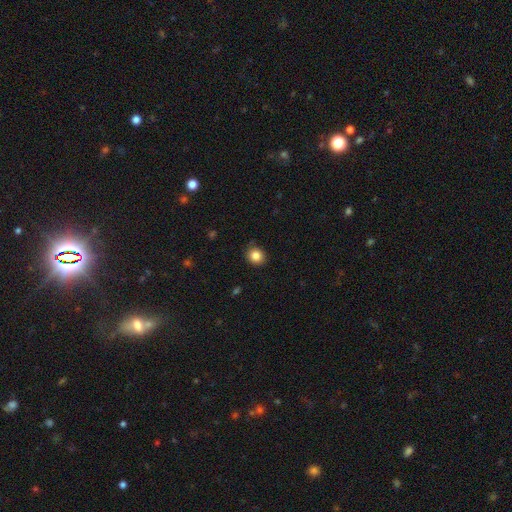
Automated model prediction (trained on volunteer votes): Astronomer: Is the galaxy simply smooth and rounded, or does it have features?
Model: smooth — 84%.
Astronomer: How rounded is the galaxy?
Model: round — 80%.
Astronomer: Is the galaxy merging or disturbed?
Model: none — 87%.